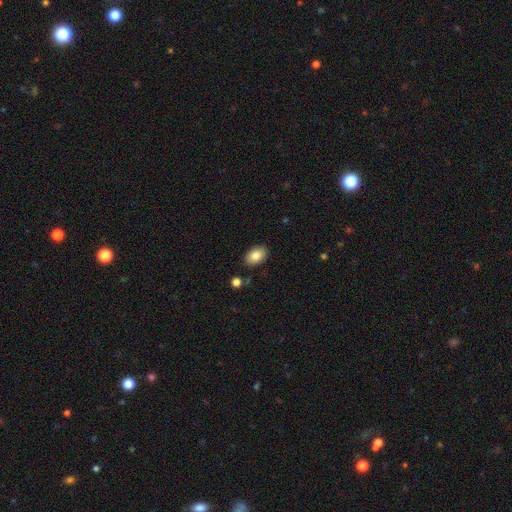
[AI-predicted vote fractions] Smooth or featured? Predicted: smooth (p=0.84). How rounded? Predicted: in between (p=0.89). Merging? Predicted: none (p=0.87).